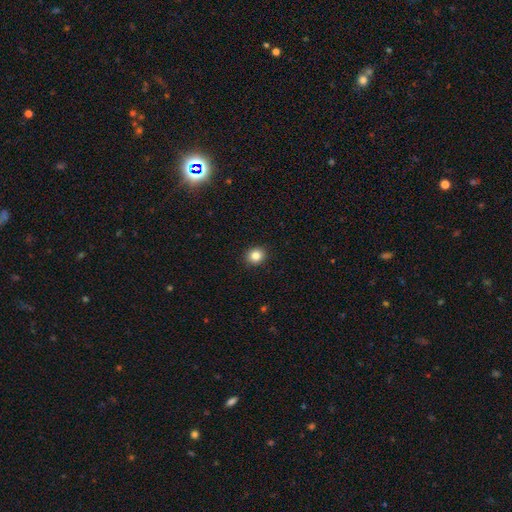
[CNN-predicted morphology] A smooth galaxy with no disk features (84%) that is round (72%).

Vote fractions:
- Smooth or featured? smooth: 84% / star or artifact: 11% / featured or disk: 6%
- How rounded? round: 72% / in between: 27% / cigar-shaped: 1%
- Merging? none: 92% / minor disturbance: 6% / major disturbance: 2% / merger: 1%